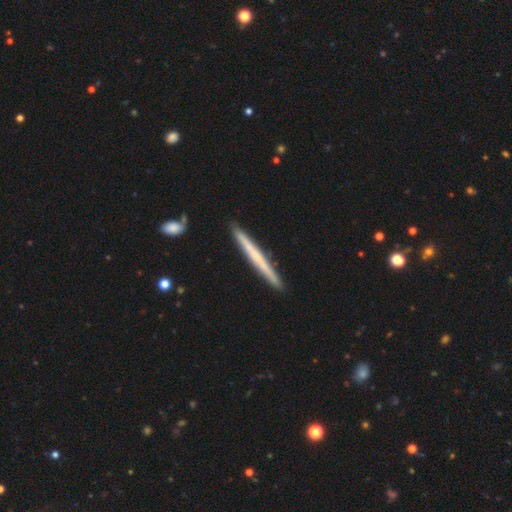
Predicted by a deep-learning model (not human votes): This is possibly a featured or disk galaxy (51%). It is clearly viewed edge-on (97%). Merging: clearly none (91%).